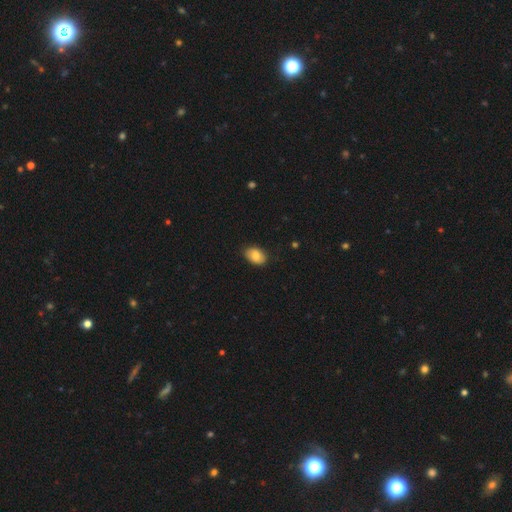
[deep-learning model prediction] Smooth or featured? Predicted: smooth (p=0.80). How rounded? Predicted: in between (p=0.85). Merging? Predicted: none (p=0.84).